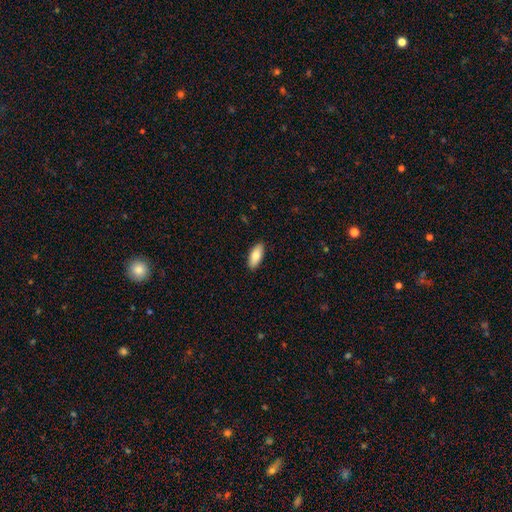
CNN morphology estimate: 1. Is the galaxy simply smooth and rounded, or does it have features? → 83% smooth, 11% featured or disk, 6% star or artifact.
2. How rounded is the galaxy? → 82% in between, 16% cigar-shaped, 2% round.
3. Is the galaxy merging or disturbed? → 90% none, 8% minor disturbance, 2% major disturbance, 1% merger.